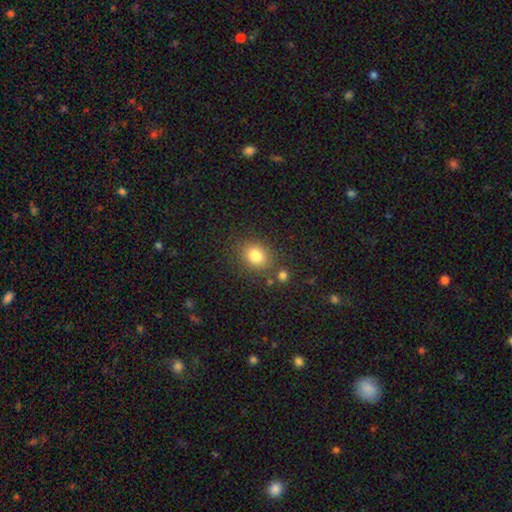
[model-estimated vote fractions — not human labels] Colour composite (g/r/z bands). It shows a smooth galaxy with no disk features (81%) that is round (54%). Merging: none (77%).